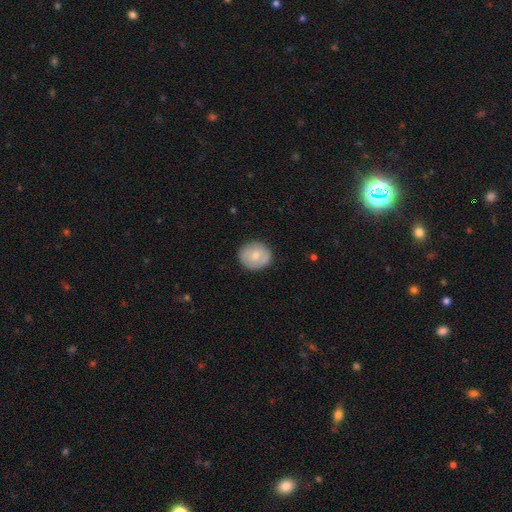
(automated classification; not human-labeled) Smooth or featured: smooth — 71% (featured or disk — 22%)
How rounded: round — 82% (in between — 17%)
Merging: none — 87% (minor disturbance — 10%)